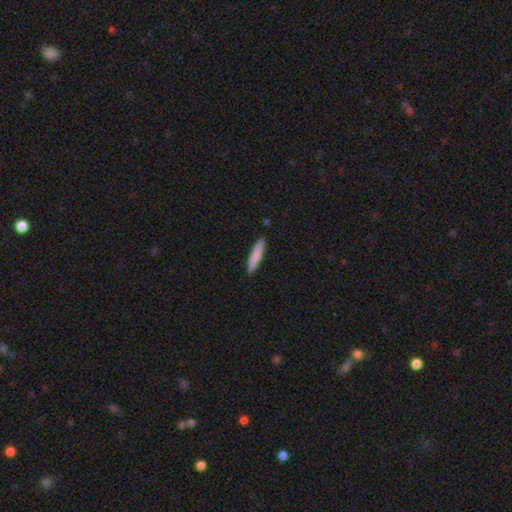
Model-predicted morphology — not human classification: A smooth galaxy with no disk features (84%) that is cigar-shaped (86%). Merging: none (88%).